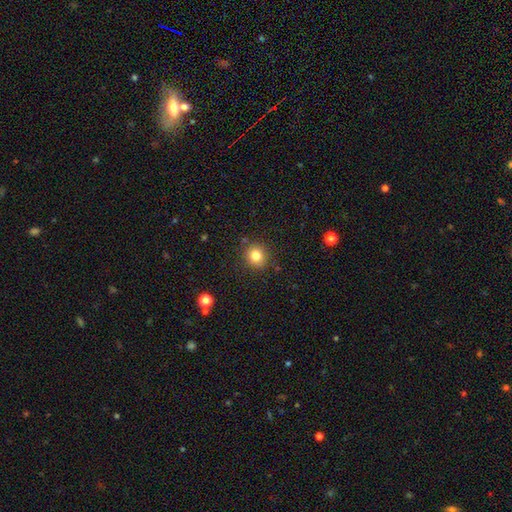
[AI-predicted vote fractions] smooth 81%, star or artifact 12%, featured or disk 7%. Down the decision tree: how rounded — round (86%); merging — none (86%).